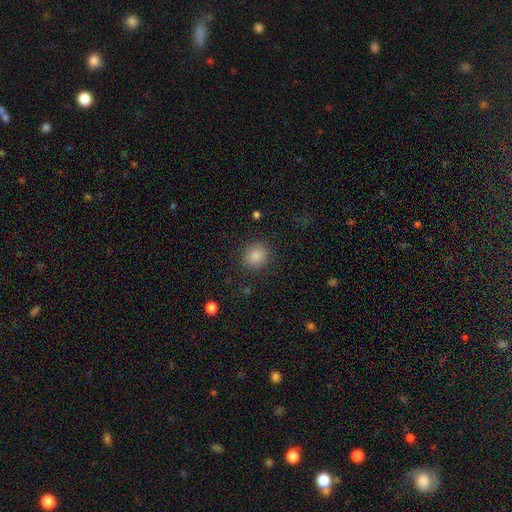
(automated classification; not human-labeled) Overall: smooth (83%). How rounded: round (79%). Merging: none (89%).